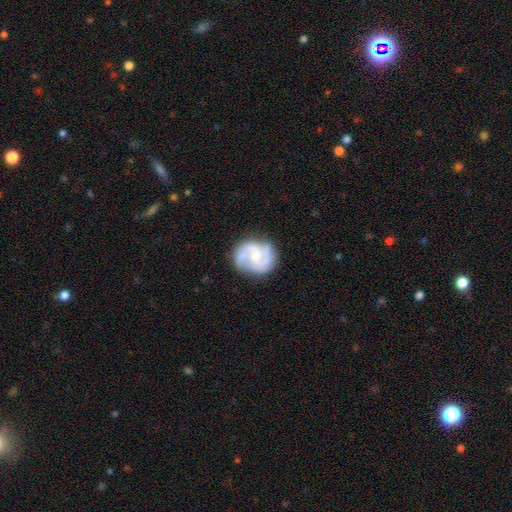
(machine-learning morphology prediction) Smooth or featured?
  - featured or disk: 80% *
  - smooth: 14%
  - star or artifact: 5%
Edge-on disk?
  - no: 98% *
  - yes: 2%
Bar?
  - no: 52% *
  - weak: 39%
  - strong: 9%
Spiral arms?
  - yes: 93% *
  - no: 7%
Spiral winding?
  - medium: 51% *
  - tight: 29%
  - loose: 20%
Spiral arm count?
  - 2: 56% *
  - 3: 26%
  - can't tell: 11%
  - 4: 3%
  - 1: 3%
  - more than 4: 2%
Bulge size?
  - moderate: 49% *
  - small: 46%
  - none: 2%
  - large: 2%
  - dominant: 1%
Merging?
  - none: 70% *
  - minor disturbance: 21%
  - major disturbance: 8%
  - merger: 2%